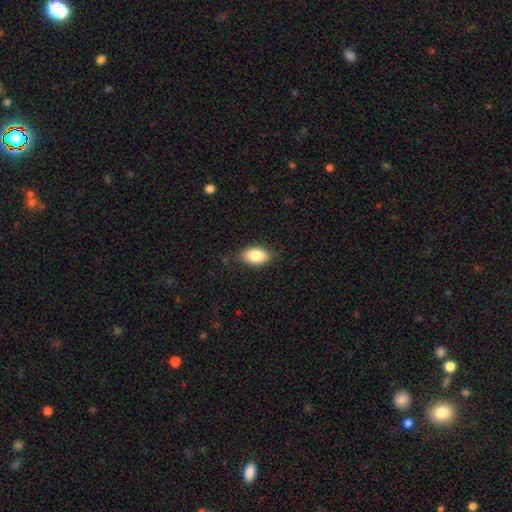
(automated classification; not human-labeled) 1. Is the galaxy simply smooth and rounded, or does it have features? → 85% smooth, 8% featured or disk, 7% star or artifact.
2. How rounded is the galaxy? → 91% in between, 7% round, 2% cigar-shaped.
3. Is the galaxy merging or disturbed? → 81% none, 15% minor disturbance, 3% major disturbance, 1% merger.